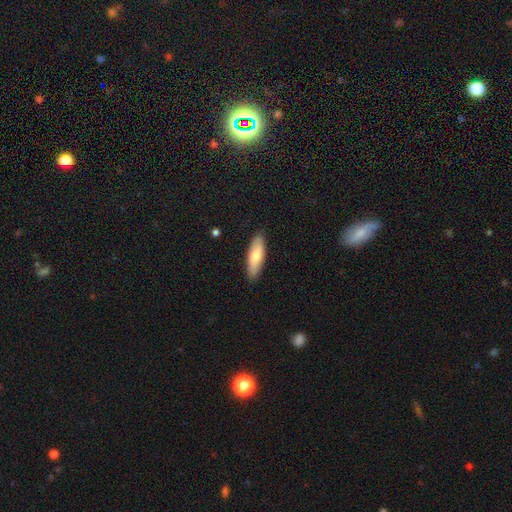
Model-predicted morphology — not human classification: Q: Smooth or featured?
A: smooth (73%); runner-up: featured or disk (22%)
Q: How rounded?
A: in between (53%); runner-up: cigar-shaped (45%)
Q: Merging?
A: none (88%); runner-up: minor disturbance (9%)